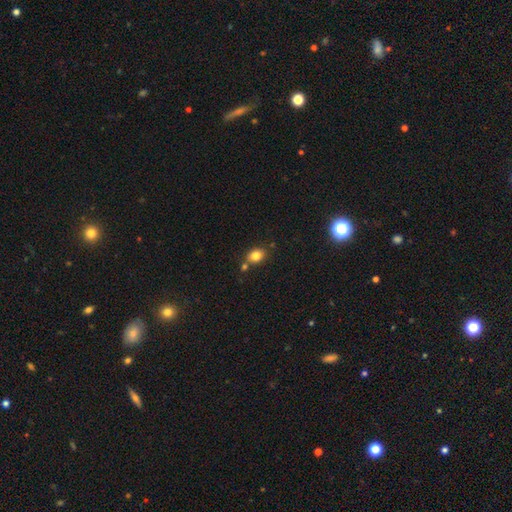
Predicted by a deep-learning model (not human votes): smooth-or-featured: smooth: 82% | star or artifact: 11% | featured or disk: 8%
  how-rounded: in between: 61% | round: 38% | cigar-shaped: 1%
  merging: none: 69% | merger: 15% | minor disturbance: 12% | major disturbance: 3%